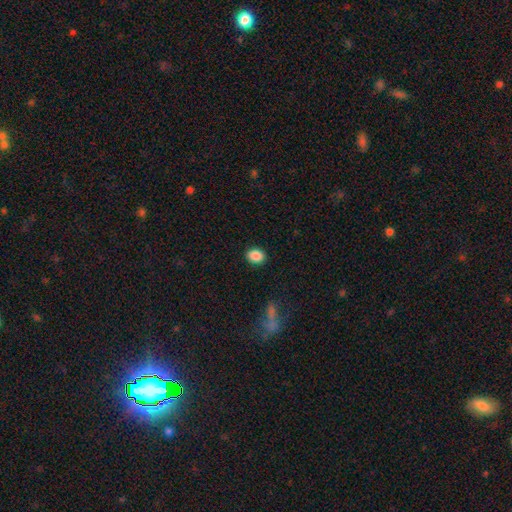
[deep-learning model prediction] The model was most divided on "how rounded": in between: 59%, round: 40%, cigar-shaped: 1%. More confident: merging — none (89%); smooth or featured — smooth (88%).